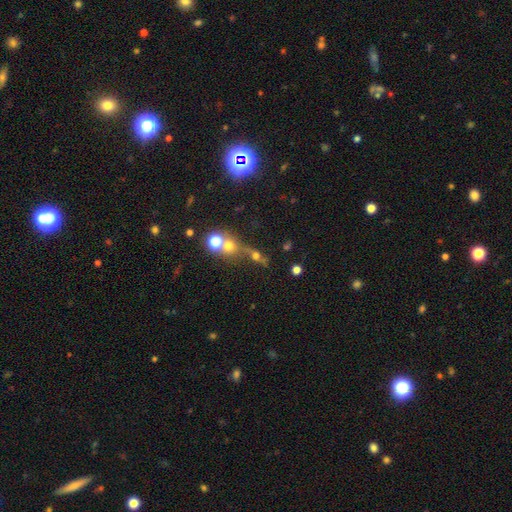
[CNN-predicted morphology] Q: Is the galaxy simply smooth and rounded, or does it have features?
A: smooth — 48%.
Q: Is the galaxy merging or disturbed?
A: merger — 40%.